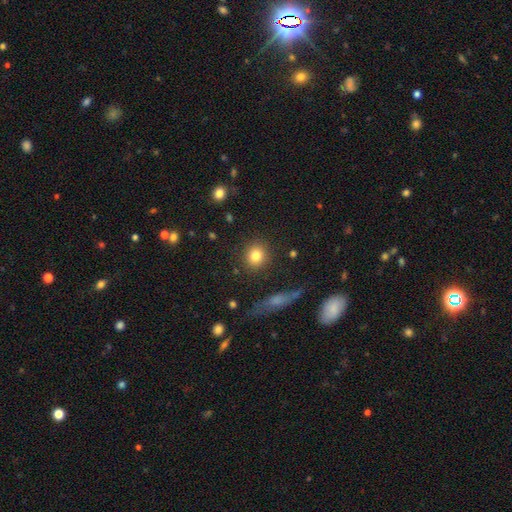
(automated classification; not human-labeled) This is clearly a smooth galaxy (82%). How rounded: clearly round (84%). Merging: clearly none (87%).